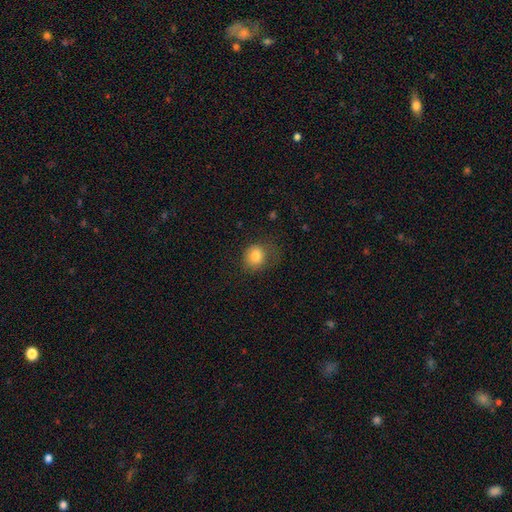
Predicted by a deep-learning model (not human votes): Smooth or featured?
  - smooth: 82% *
  - star or artifact: 10%
  - featured or disk: 8%
How rounded?
  - round: 71% *
  - in between: 28%
  - cigar-shaped: 1%
Merging?
  - none: 59% *
  - minor disturbance: 25%
  - major disturbance: 15%
  - merger: 1%